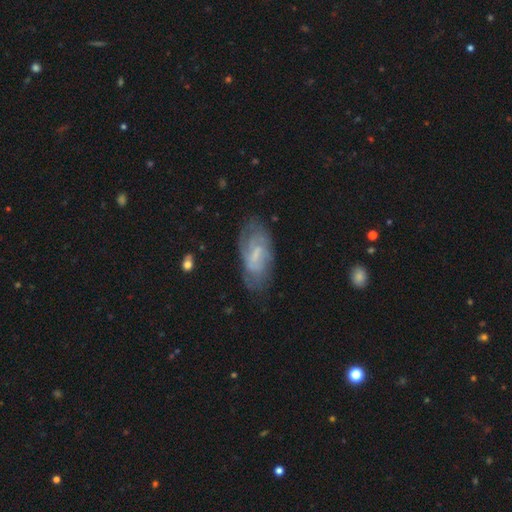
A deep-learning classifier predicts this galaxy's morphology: A featured or disk galaxy (64%) with a weak bar (54%), spiral arms (78%) and a small central bulge (43%).

Vote fractions:
- Smooth or featured? featured or disk: 64% / smooth: 28% / star or artifact: 7%
- Edge-on disk? no: 92% / yes: 8%
- Bar? weak: 54% / no: 26% / strong: 20%
- Spiral arms? yes: 78% / no: 22%
- Bulge size? small: 43% / none: 30% / moderate: 23% / large: 3% / dominant: 1%
- Merging? none: 66% / minor disturbance: 22% / major disturbance: 9% / merger: 2%